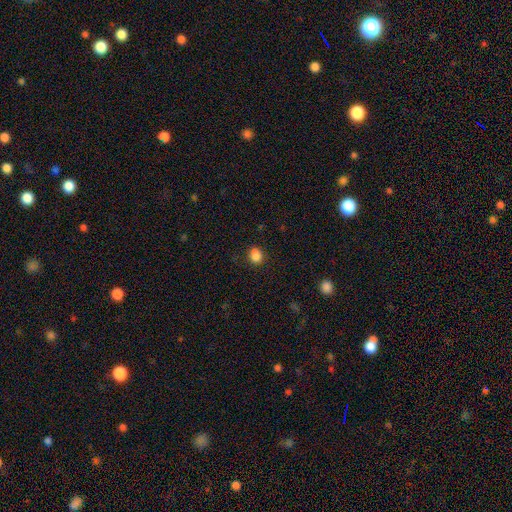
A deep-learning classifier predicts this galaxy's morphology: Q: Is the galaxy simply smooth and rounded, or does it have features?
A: smooth — 83%.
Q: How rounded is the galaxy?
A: round — 60%.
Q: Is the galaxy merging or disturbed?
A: none — 69%.